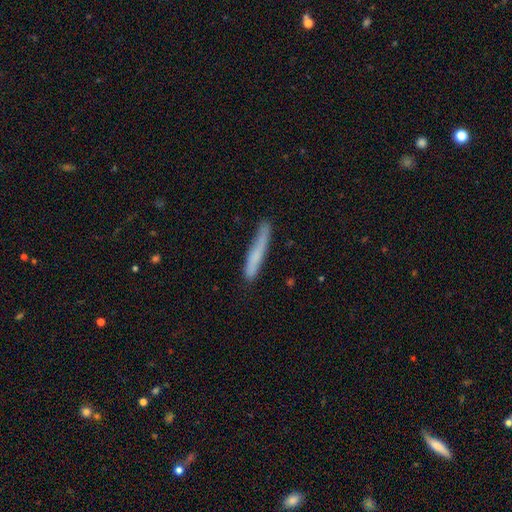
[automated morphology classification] type=smooth (69%); roundness=cigar-shaped (95%); merging=none (76%).